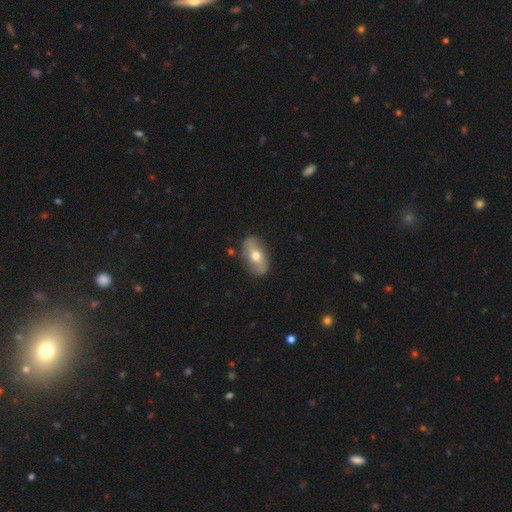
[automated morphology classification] This appears to be a smooth galaxy with no disk features (51%) that is in between round and cigar-shaped (88%). Merging: none (82%).